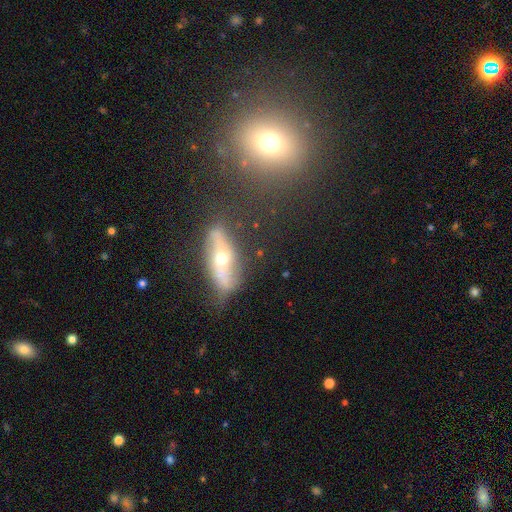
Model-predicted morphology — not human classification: A featured or disk galaxy (66%).

Vote fractions:
- Smooth or featured? featured or disk: 66% / smooth: 20% / star or artifact: 13%
- Edge-on disk? no: 55% / yes: 45%
- Merging? none: 66% / minor disturbance: 16% / major disturbance: 9% / merger: 8%